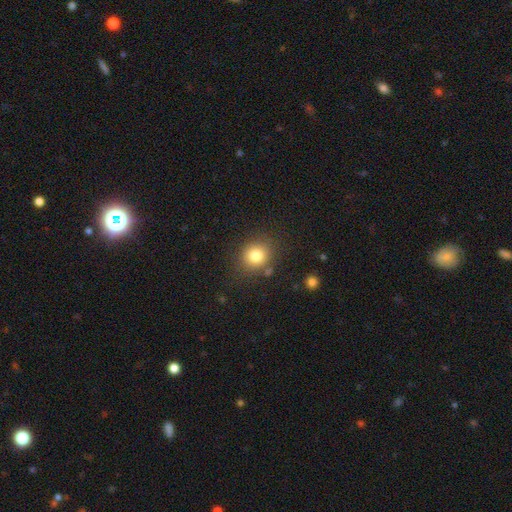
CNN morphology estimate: The model was most divided on "how rounded": round: 81%, in between: 18%, cigar-shaped: 1%. More confident: smooth or featured — smooth (81%); merging — none (81%).